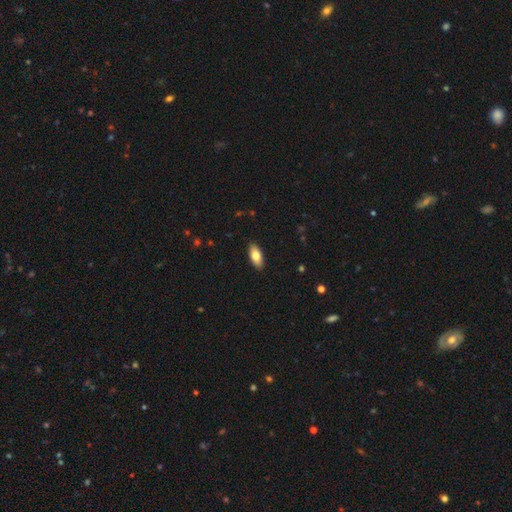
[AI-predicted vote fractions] smooth-or-featured: smooth: 78% | featured or disk: 16% | star or artifact: 6%
  how-rounded: in between: 87% | cigar-shaped: 10% | round: 2%
  merging: none: 90% | minor disturbance: 8% | major disturbance: 2% | merger: 1%